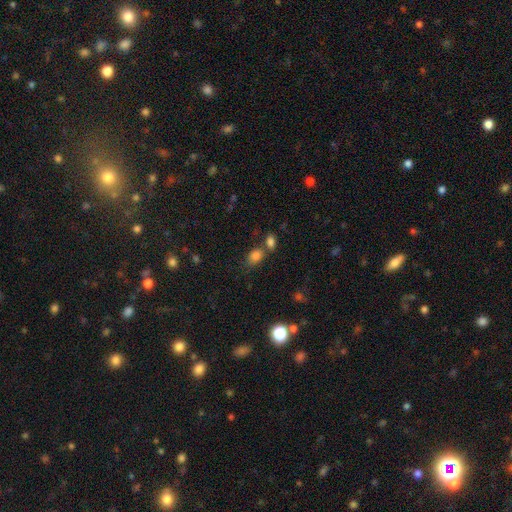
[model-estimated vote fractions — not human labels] Smooth or featured? Predicted: smooth (p=0.81). How rounded? Predicted: in between (p=0.76). Merging? Predicted: none (p=0.53).